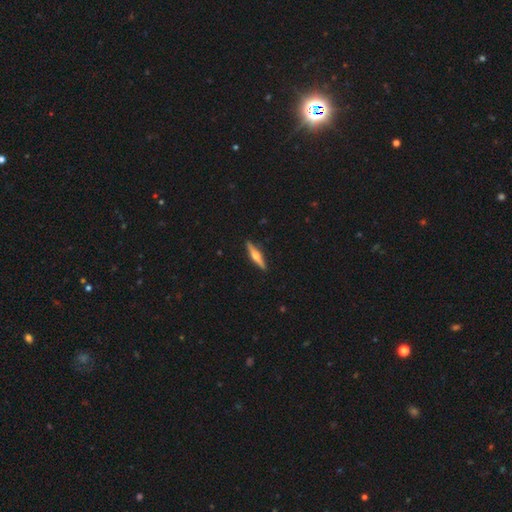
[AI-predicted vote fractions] Smooth or featured? featured or disk (66%)
Edge-on disk? yes (97%)
Edge-on bulge? rounded (94%)
Merging? none (91%)